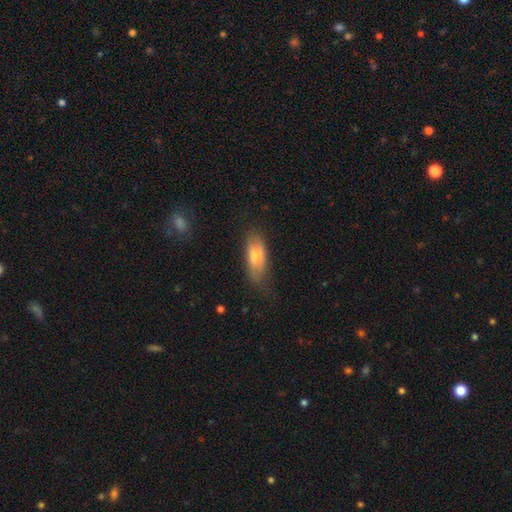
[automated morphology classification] Overall: smooth (69%). How rounded: in between (78%). Merging: none (64%; minor disturbance 26%).